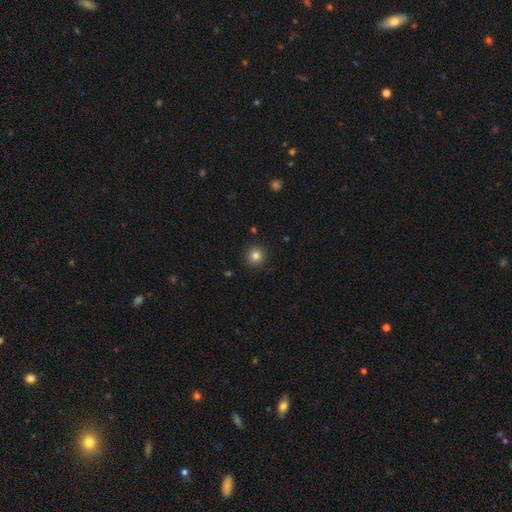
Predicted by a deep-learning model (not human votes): Smooth or featured?
  - smooth: 83% *
  - star or artifact: 12%
  - featured or disk: 6%
How rounded?
  - round: 95% *
  - in between: 4%
  - cigar-shaped: 1%
Merging?
  - none: 91% *
  - minor disturbance: 6%
  - major disturbance: 2%
  - merger: 1%